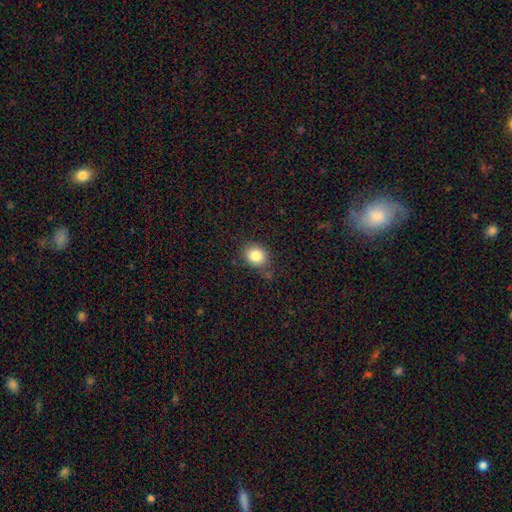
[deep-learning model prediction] A smooth galaxy with no disk features (84%) that is round (65%).

Vote fractions:
- Smooth or featured? smooth: 84% / star or artifact: 10% / featured or disk: 6%
- How rounded? round: 65% / in between: 35% / cigar-shaped: 1%
- Merging? none: 77% / minor disturbance: 17% / major disturbance: 4% / merger: 2%